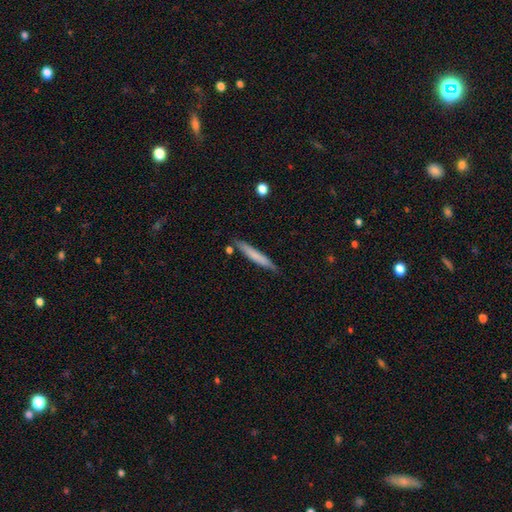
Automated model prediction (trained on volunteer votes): Smooth or featured? smooth (68%)
How rounded? cigar-shaped (95%)
Merging? none (82%)